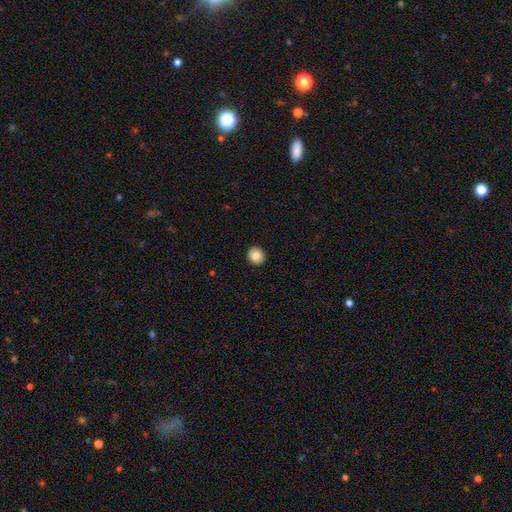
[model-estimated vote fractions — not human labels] smooth_or_featured: smooth (p=0.86) [alt: star or artifact p=0.09]
how_rounded: round (p=0.86) [alt: in between p=0.13]
merging: none (p=0.92) [alt: minor disturbance p=0.06]